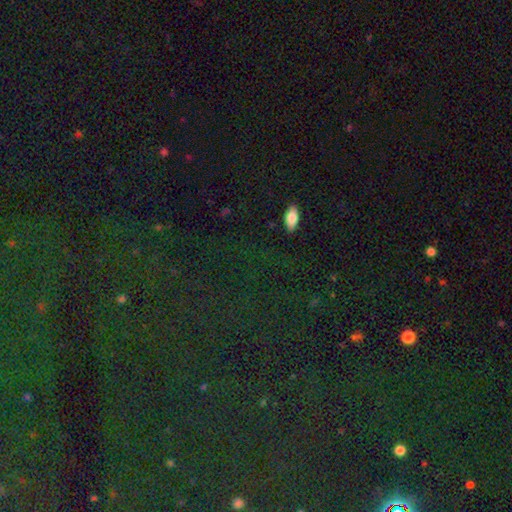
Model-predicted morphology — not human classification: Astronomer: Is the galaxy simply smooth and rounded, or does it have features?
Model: star or artifact — 80%.